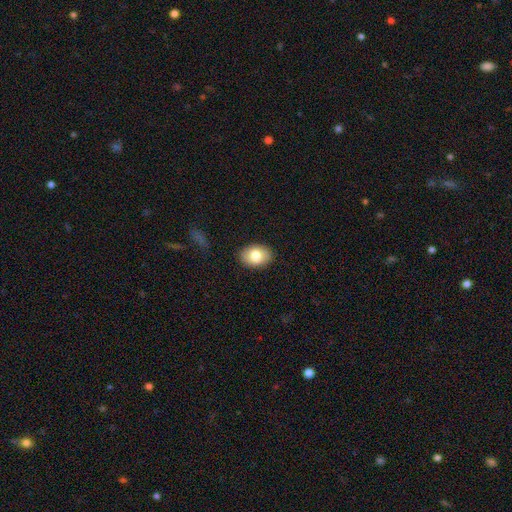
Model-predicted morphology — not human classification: smooth-or-featured: smooth: 79% | featured or disk: 14% | star or artifact: 7%
  how-rounded: in between: 76% | round: 23% | cigar-shaped: 1%
  merging: none: 88% | minor disturbance: 9% | major disturbance: 2% | merger: 1%